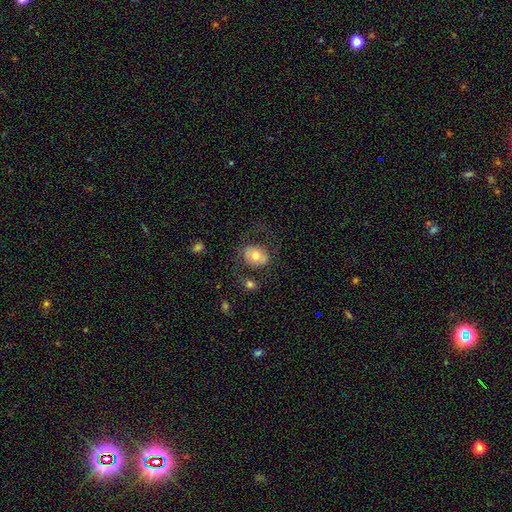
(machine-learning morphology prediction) Smooth or featured?
  - smooth: 64% *
  - featured or disk: 28%
  - star or artifact: 8%
How rounded?
  - in between: 50% *
  - round: 49%
  - cigar-shaped: 1%
Merging?
  - none: 61% *
  - minor disturbance: 17%
  - major disturbance: 15%
  - merger: 6%